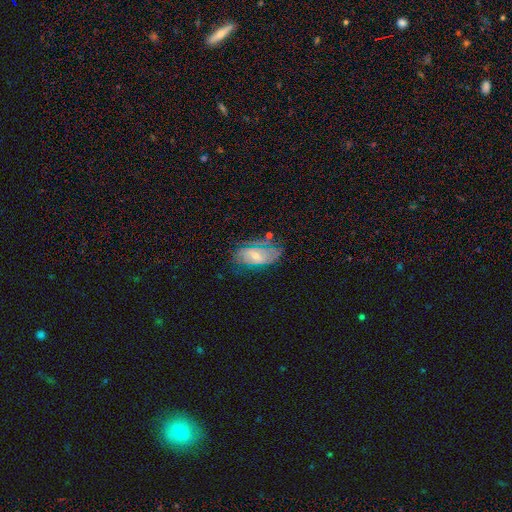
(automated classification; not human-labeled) Q: Smooth or featured?
A: featured or disk (57%); runner-up: smooth (30%)
Q: Edge-on disk?
A: no (93%); runner-up: yes (7%)
Q: Bar?
A: no (54%); runner-up: weak (36%)
Q: Spiral arms?
A: yes (74%); runner-up: no (26%)
Q: Bulge size?
A: moderate (51%); runner-up: small (43%)
Q: Merging?
A: none (65%); runner-up: minor disturbance (23%)